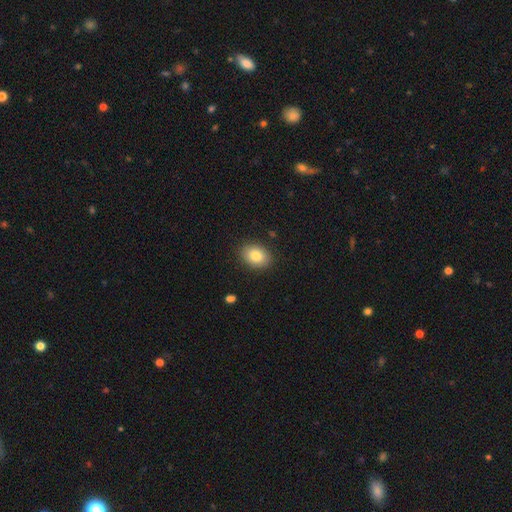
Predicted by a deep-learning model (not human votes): smooth-or-featured: smooth: 83% | featured or disk: 9% | star or artifact: 8%
  how-rounded: in between: 68% | round: 31% | cigar-shaped: 1%
  merging: none: 88% | minor disturbance: 9% | major disturbance: 2% | merger: 1%